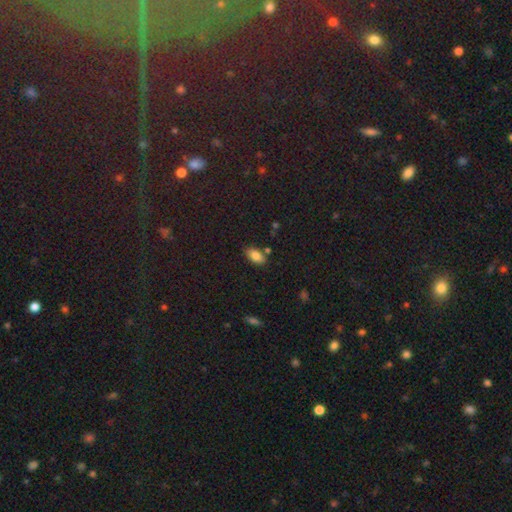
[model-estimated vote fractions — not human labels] Q: Smooth or featured?
A: smooth (83%); runner-up: star or artifact (9%)
Q: How rounded?
A: in between (92%); runner-up: round (5%)
Q: Merging?
A: none (79%); runner-up: minor disturbance (13%)